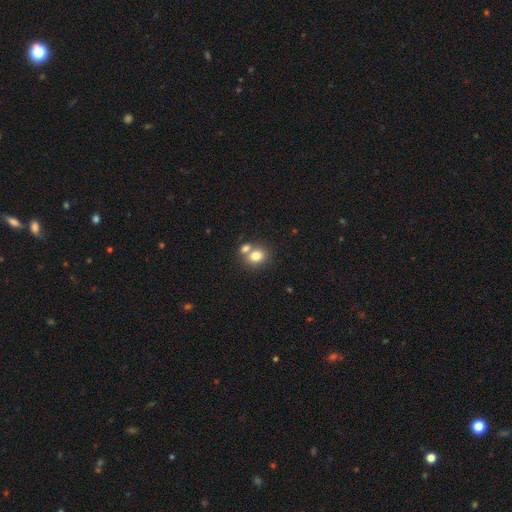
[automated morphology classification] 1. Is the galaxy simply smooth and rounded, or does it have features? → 79% smooth, 11% featured or disk, 10% star or artifact.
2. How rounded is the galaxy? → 58% round, 41% in between, 1% cigar-shaped.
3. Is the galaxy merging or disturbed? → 46% none, 42% merger, 9% minor disturbance, 3% major disturbance.